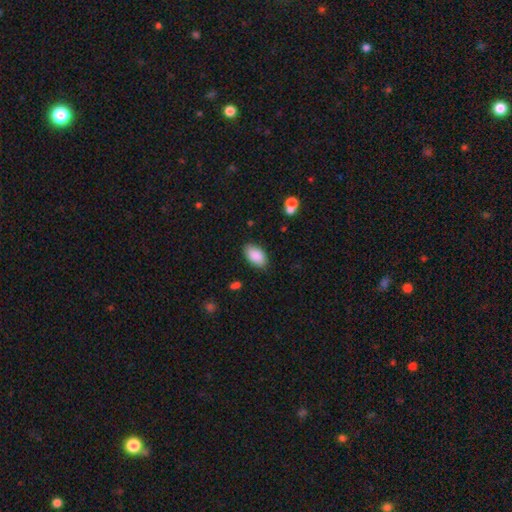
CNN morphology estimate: Smooth or featured: smooth — 89% (star or artifact — 6%)
How rounded: in between — 94% (round — 4%)
Merging: none — 85% (minor disturbance — 11%)